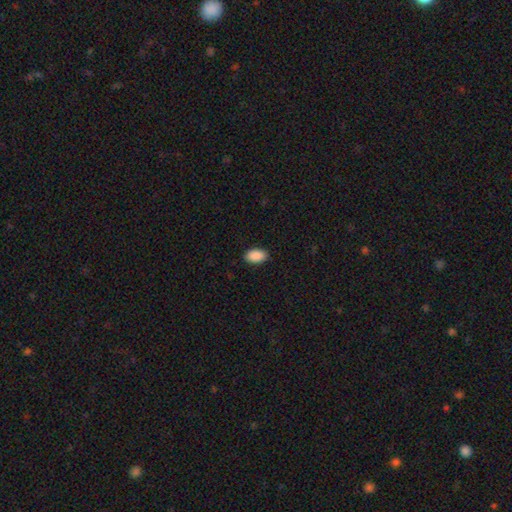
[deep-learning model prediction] Smooth or featured?
  - smooth: 91% *
  - star or artifact: 7%
  - featured or disk: 2%
How rounded?
  - in between: 93% *
  - round: 5%
  - cigar-shaped: 1%
Merging?
  - none: 89% *
  - minor disturbance: 8%
  - major disturbance: 2%
  - merger: 1%